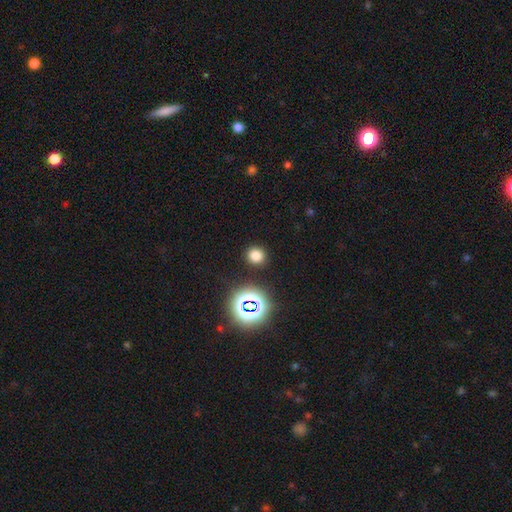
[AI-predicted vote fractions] smooth_or_featured: smooth (p=0.75) [alt: star or artifact p=0.20]
how_rounded: round (p=0.86) [alt: in between p=0.13]
merging: none (p=0.89) [alt: minor disturbance p=0.06]